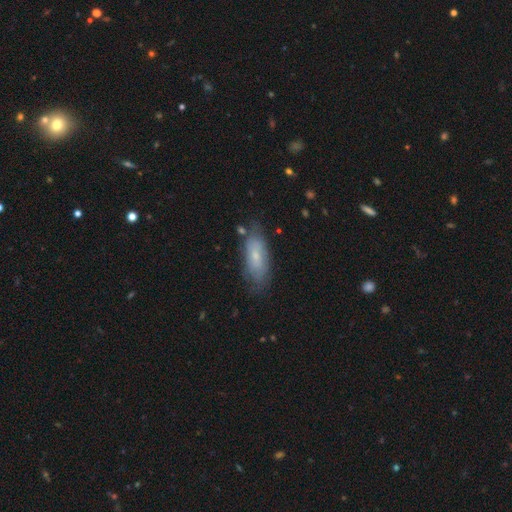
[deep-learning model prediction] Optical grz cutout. It shows a smooth galaxy with no disk features (57%) that is in between round and cigar-shaped (78%). Merging: none (66%).